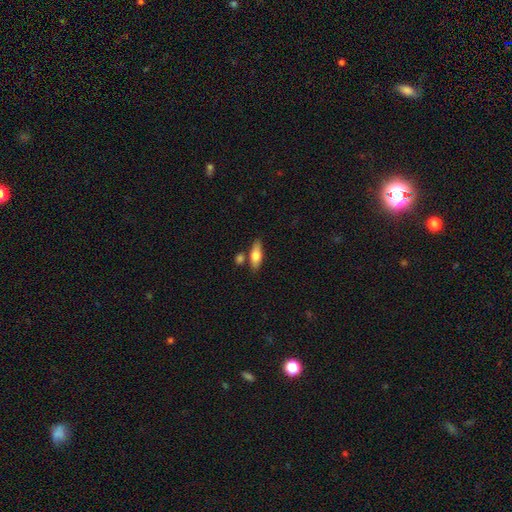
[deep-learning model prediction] Q: Smooth or featured?
A: smooth (70%); runner-up: featured or disk (23%)
Q: How rounded?
A: in between (64%); runner-up: cigar-shaped (33%)
Q: Merging?
A: none (72%); runner-up: merger (13%)